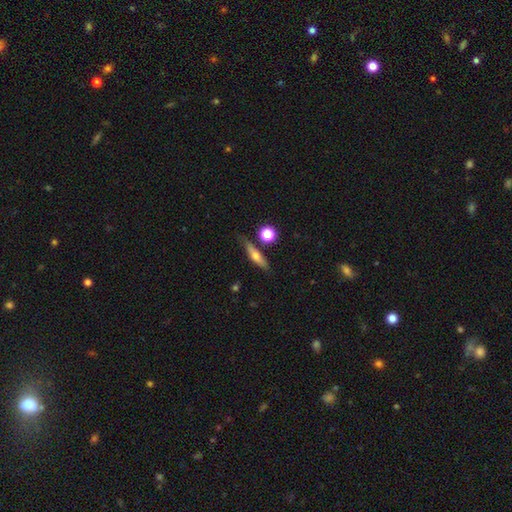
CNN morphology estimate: smooth 47%, featured or disk 45%, star or artifact 8%. Down the decision tree: merging — none (74%).